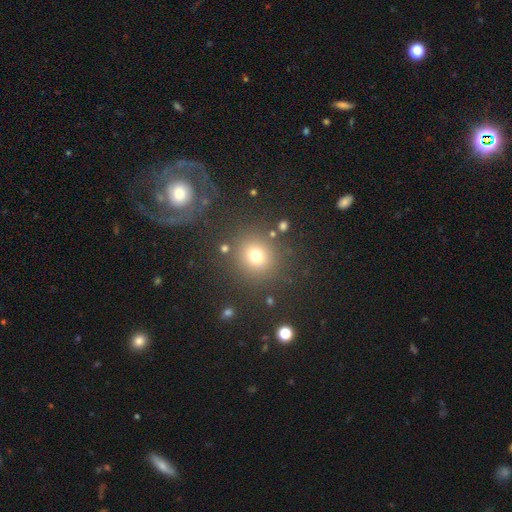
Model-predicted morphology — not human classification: Overall: smooth (73%). How rounded: round (89%). Merging: none (84%).